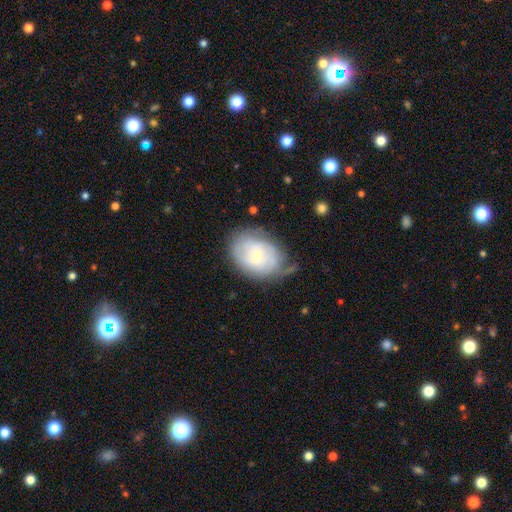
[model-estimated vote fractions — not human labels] This appears to be a featured or disk galaxy (58%) with no bar (58%), spiral arms (75%) and a small central bulge (66%). Merging: none (55%).